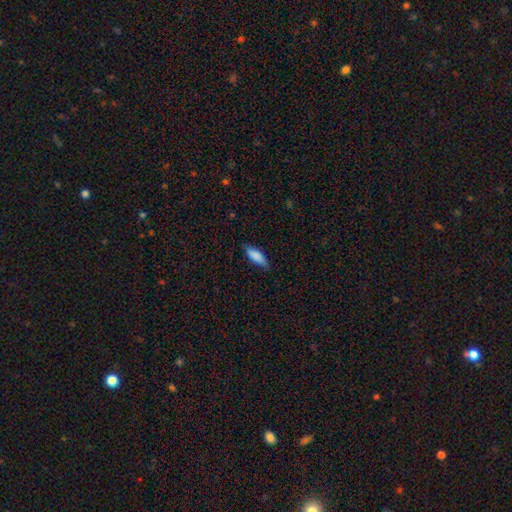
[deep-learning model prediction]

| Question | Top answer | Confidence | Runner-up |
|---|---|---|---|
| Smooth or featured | smooth | 85% | featured or disk (9%) |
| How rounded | in between | 68% | cigar-shaped (30%) |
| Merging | none | 72% | minor disturbance (23%) |